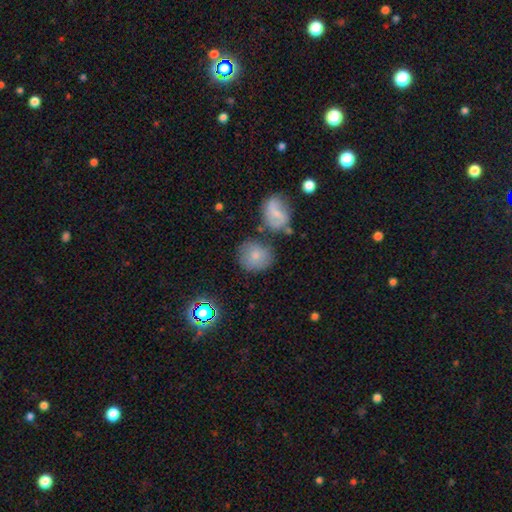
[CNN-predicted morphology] The model was most divided on "merging": none: 65%, minor disturbance: 16%, merger: 14%, major disturbance: 6%. More confident: how rounded — round (83%); smooth or featured — smooth (76%).